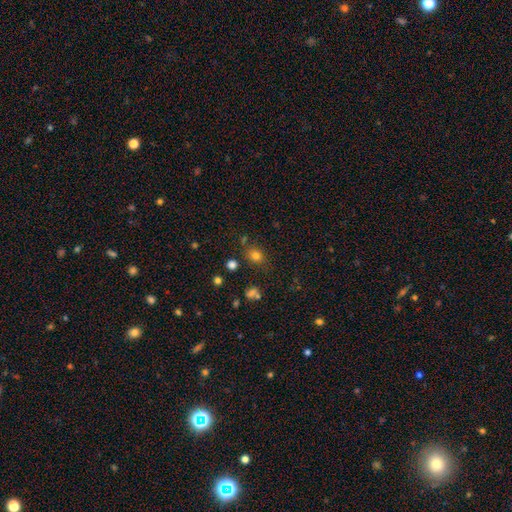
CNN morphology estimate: A smooth galaxy with no disk features (76%) that is round (64%).

Vote fractions:
- Smooth or featured? smooth: 76% / star or artifact: 16% / featured or disk: 8%
- How rounded? round: 64% / in between: 35% / cigar-shaped: 1%
- Merging? none: 76% / minor disturbance: 13% / merger: 6% / major disturbance: 4%